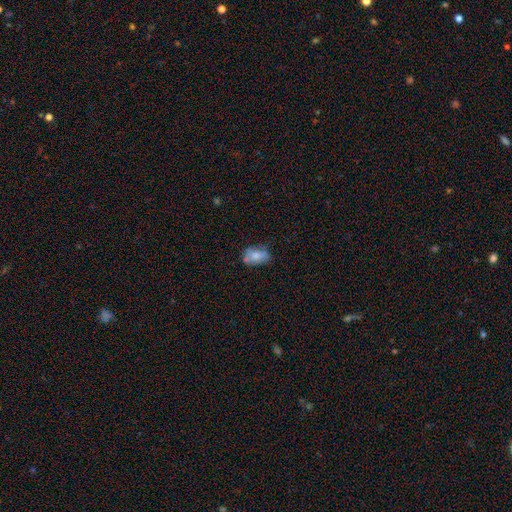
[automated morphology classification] smooth-or-featured: smooth: 70% | featured or disk: 22% | star or artifact: 9%
  how-rounded: in between: 85% | round: 13% | cigar-shaped: 2%
  merging: none: 56% | minor disturbance: 29% | major disturbance: 10% | merger: 5%